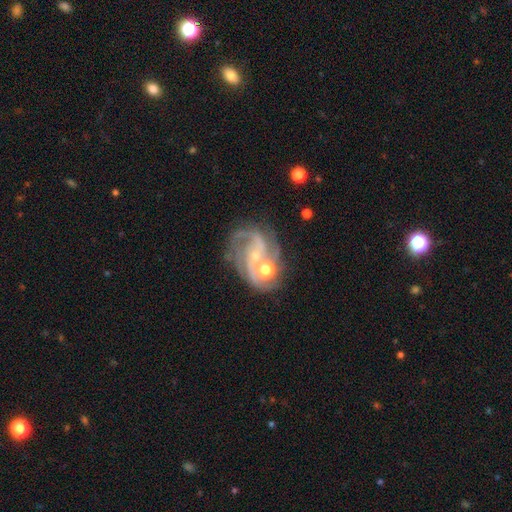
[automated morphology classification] The model was most divided on "bulge size": small: 53%, moderate: 39%, none: 4%, large: 3%, dominant: 1%. Remaining: edge-on disk — no (98%); spiral arms — yes (95%); smooth or featured — featured or disk (84%); bar — no (57%); spiral winding — medium (51%); merging — none (48%); spiral arm count — 2 (42%).